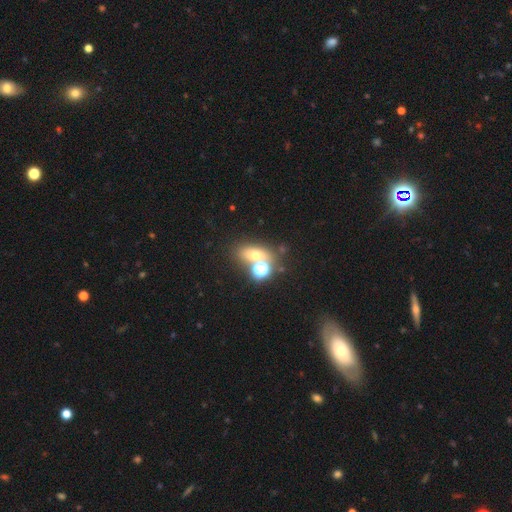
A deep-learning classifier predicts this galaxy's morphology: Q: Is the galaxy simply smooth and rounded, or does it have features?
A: smooth — 53%.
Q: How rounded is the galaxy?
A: in between — 56%.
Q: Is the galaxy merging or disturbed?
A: none — 55%.